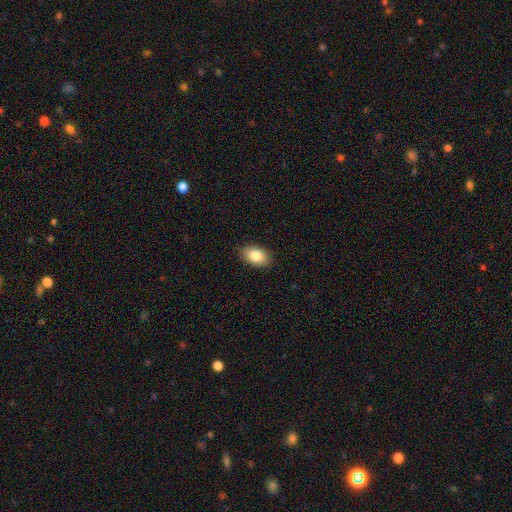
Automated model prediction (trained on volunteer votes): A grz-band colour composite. It shows a smooth galaxy with no disk features (85%) that is in between round and cigar-shaped (91%). Merging: none (88%).